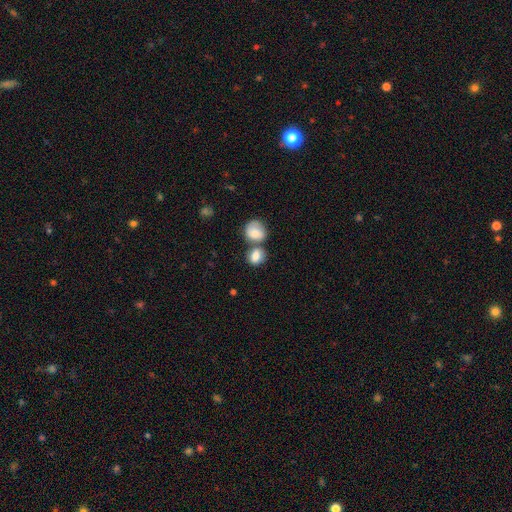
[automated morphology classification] Smooth or featured?
  - smooth: 81% *
  - featured or disk: 11%
  - star or artifact: 8%
How rounded?
  - round: 53% *
  - in between: 46%
  - cigar-shaped: 1%
Merging?
  - merger: 45% *
  - none: 40%
  - minor disturbance: 11%
  - major disturbance: 4%